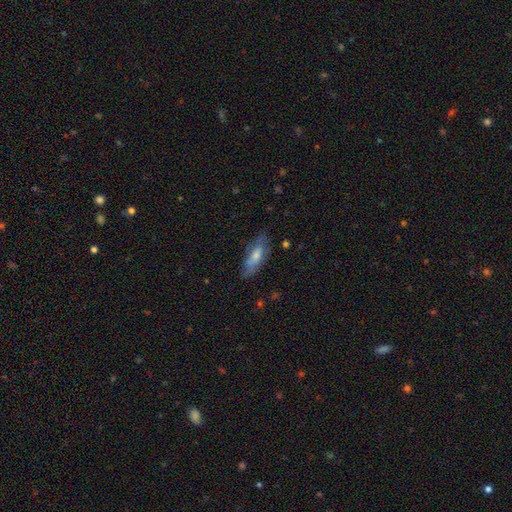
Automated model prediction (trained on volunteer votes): smooth_or_featured: smooth (p=0.62) [alt: featured or disk p=0.32]
how_rounded: in between (p=0.64) [alt: cigar-shaped p=0.34]
merging: none (p=0.68) [alt: minor disturbance p=0.23]